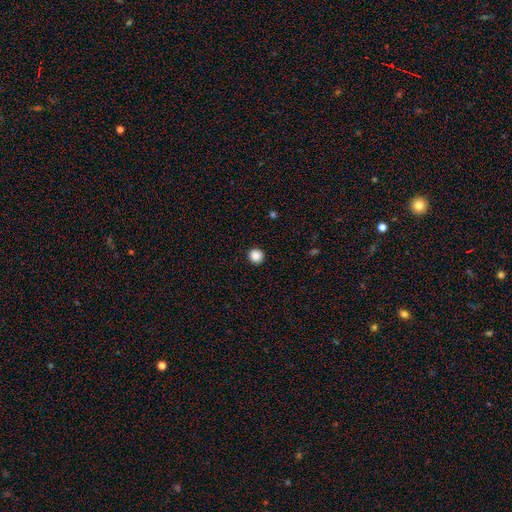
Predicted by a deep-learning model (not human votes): Morphology: type=smooth (88%); roundness=round (92%); merging=none (92%).